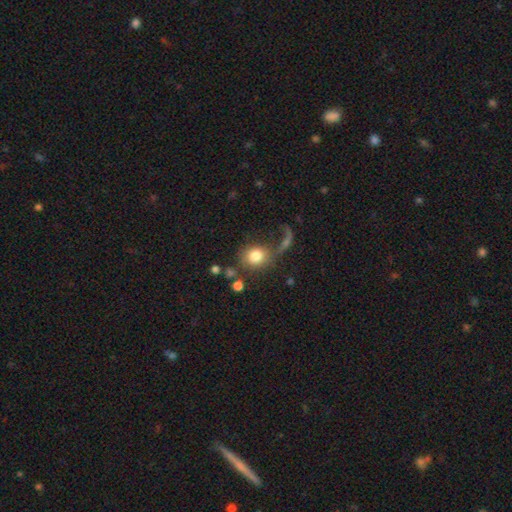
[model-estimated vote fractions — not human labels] This is likely a smooth galaxy (79%). How rounded: likely round (73%). Merging: possibly none (48%).